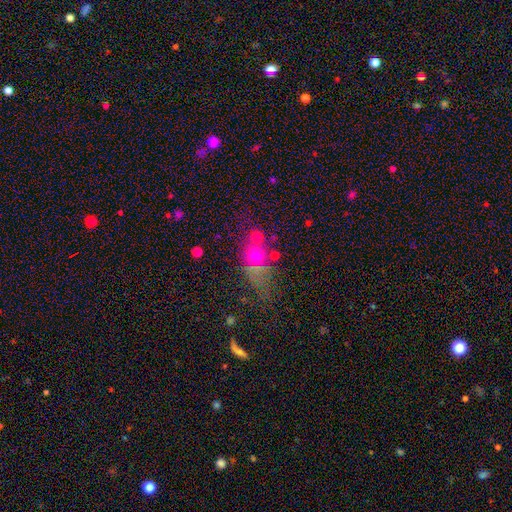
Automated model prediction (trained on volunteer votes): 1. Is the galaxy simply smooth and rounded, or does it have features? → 58% smooth, 25% star or artifact, 17% featured or disk.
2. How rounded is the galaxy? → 68% round, 28% in between, 4% cigar-shaped.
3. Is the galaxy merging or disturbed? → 49% none, 27% merger, 13% minor disturbance, 12% major disturbance.